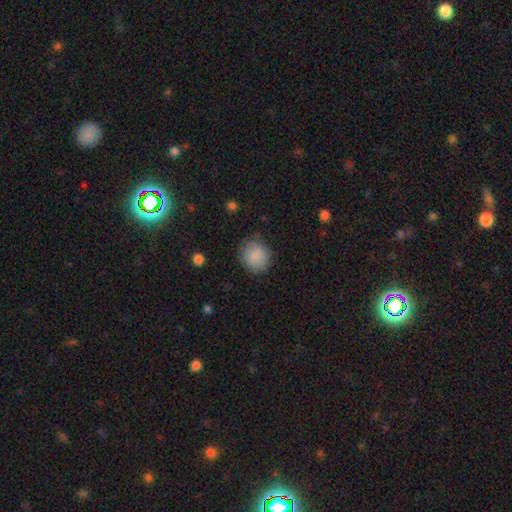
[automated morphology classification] smooth-or-featured: smooth: 87% | star or artifact: 7% | featured or disk: 5%
  how-rounded: round: 84% | in between: 15% | cigar-shaped: 1%
  merging: none: 81% | minor disturbance: 14% | major disturbance: 4% | merger: 1%